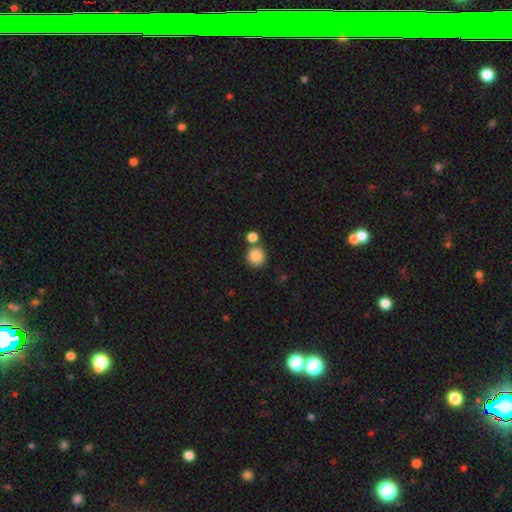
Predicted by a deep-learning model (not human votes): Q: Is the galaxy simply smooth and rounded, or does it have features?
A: smooth — 86%.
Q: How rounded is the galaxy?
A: round — 93%.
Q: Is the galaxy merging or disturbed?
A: none — 72%.